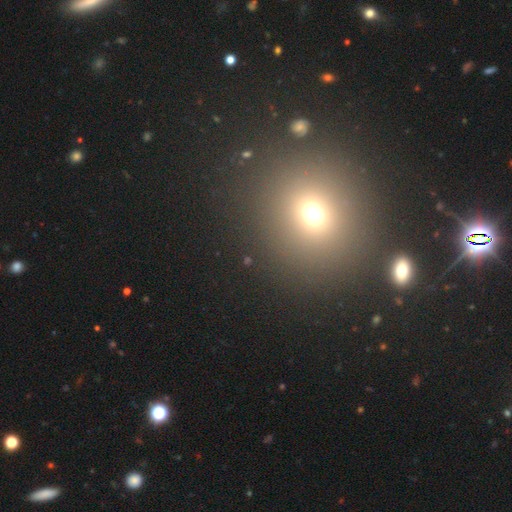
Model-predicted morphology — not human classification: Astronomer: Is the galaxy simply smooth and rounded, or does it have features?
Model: smooth — 56% (runner-up: star or artifact, 35%).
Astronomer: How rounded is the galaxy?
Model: round — 86%.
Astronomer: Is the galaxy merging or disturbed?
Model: none — 88%.